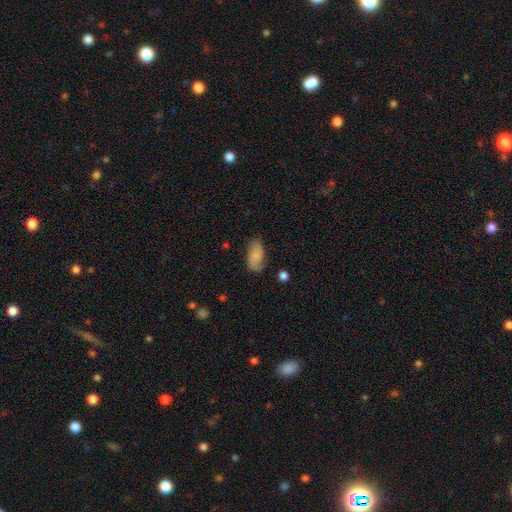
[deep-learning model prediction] smooth_or_featured: smooth (p=0.72) [alt: featured or disk p=0.20]
how_rounded: in between (p=0.92) [alt: cigar-shaped p=0.04]
merging: none (p=0.66) [alt: minor disturbance p=0.25]